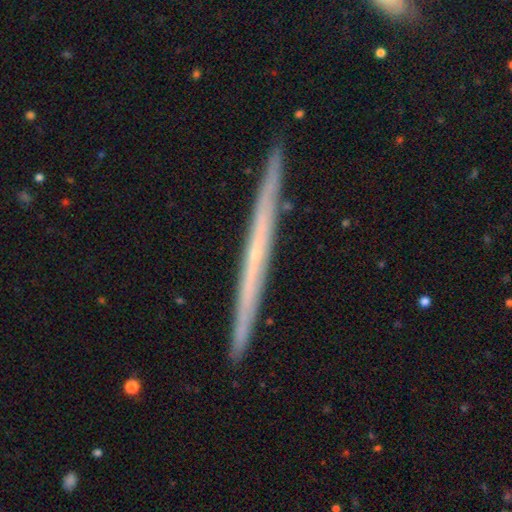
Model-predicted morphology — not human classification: A featured or disk galaxy (70%) viewed edge-on (97%) with no central bulge (83%).

Vote fractions:
- Smooth or featured? featured or disk: 70% / smooth: 23% / star or artifact: 7%
- Edge-on disk? yes: 97% / no: 3%
- Edge-on bulge? none: 83% / rounded: 14% / boxy: 3%
- Merging? none: 91% / minor disturbance: 6% / merger: 1% / major disturbance: 1%